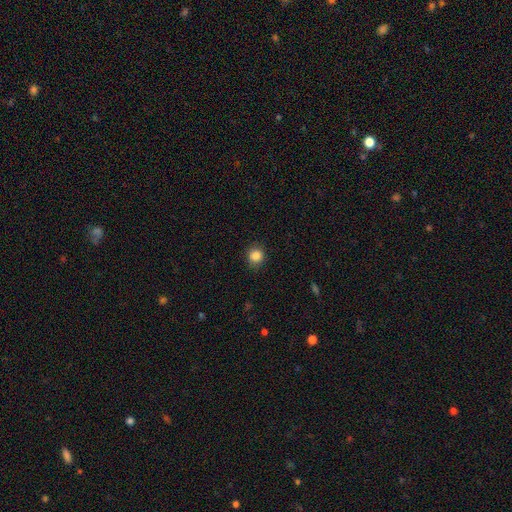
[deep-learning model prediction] The model was most divided on "smooth or featured": smooth: 85%, star or artifact: 11%, featured or disk: 4%. More confident: how rounded — round (89%); merging — none (86%).